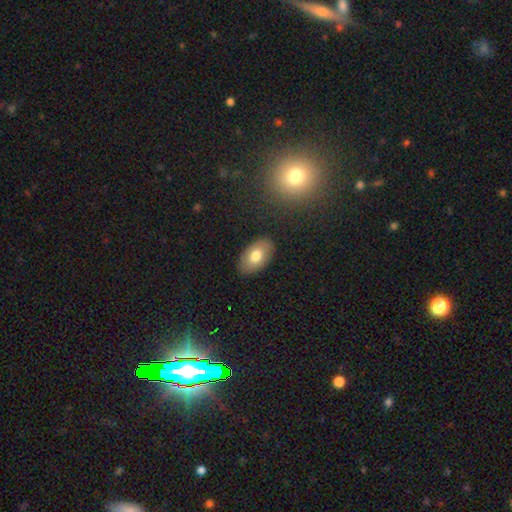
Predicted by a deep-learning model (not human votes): This is likely a smooth galaxy (73%). How rounded: clearly in between (93%). Merging: clearly none (86%).